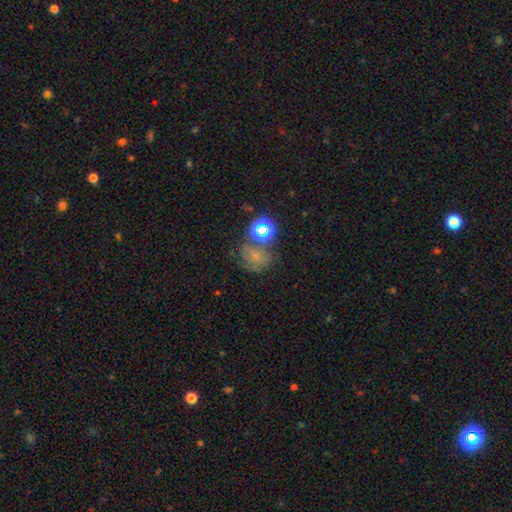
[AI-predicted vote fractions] The model was most divided on "smooth or featured": smooth: 44%, featured or disk: 28%, star or artifact: 28%. Remaining: merging — none (47%).